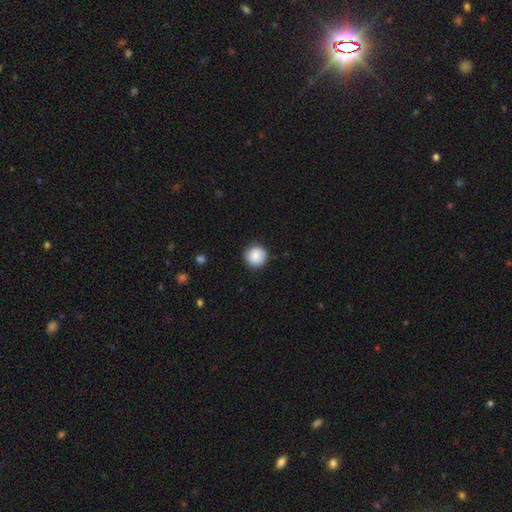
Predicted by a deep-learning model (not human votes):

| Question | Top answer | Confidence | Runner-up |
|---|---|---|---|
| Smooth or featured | smooth | 88% | star or artifact (8%) |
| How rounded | round | 94% | in between (5%) |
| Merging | none | 88% | minor disturbance (9%) |